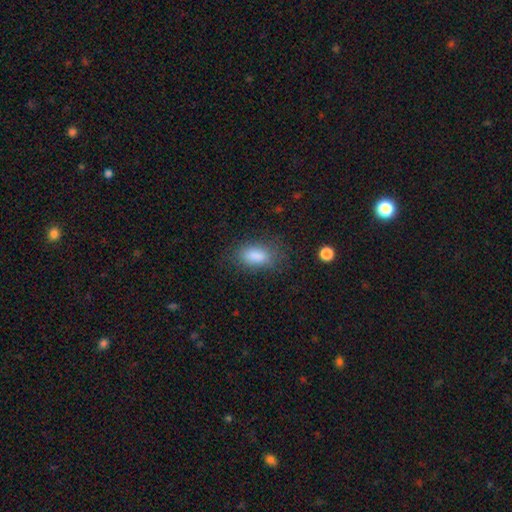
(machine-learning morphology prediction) Smooth or featured? Predicted: smooth (p=0.86). How rounded? Predicted: in between (p=0.89). Merging? Predicted: none (p=0.75).